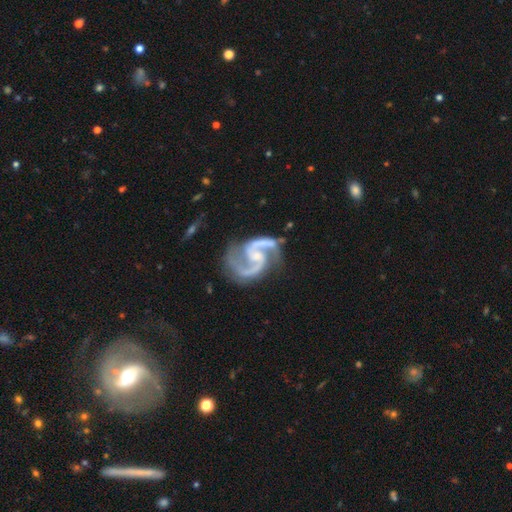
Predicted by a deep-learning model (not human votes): smooth_or_featured: featured or disk (p=0.94) [alt: star or artifact p=0.04]
disk_edge_on: no (p=0.98) [alt: yes p=0.02]
bar: no (p=0.45) [alt: weak p=0.41]
has_spiral_arms: yes (p=0.99) [alt: no p=0.01]
spiral_winding: medium (p=0.65) [alt: loose p=0.23]
spiral_arm_count: 2 (p=0.93) [alt: 3 p=0.02]
bulge_size: small (p=0.58) [alt: moderate p=0.26]
merging: none (p=0.65) [alt: minor disturbance p=0.21]